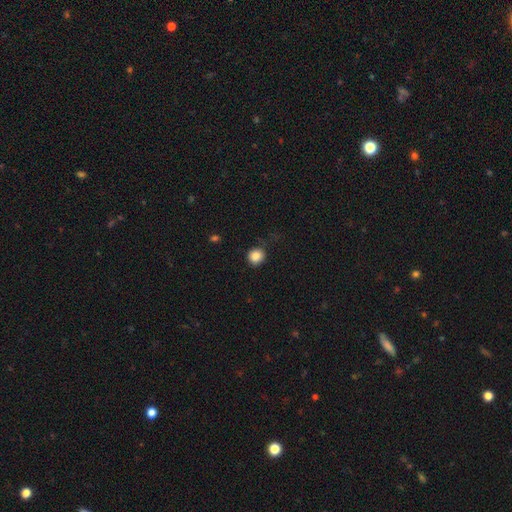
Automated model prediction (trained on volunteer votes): Q: Smooth or featured?
A: smooth (84%); runner-up: star or artifact (10%)
Q: How rounded?
A: round (89%); runner-up: in between (10%)
Q: Merging?
A: none (76%); runner-up: minor disturbance (17%)